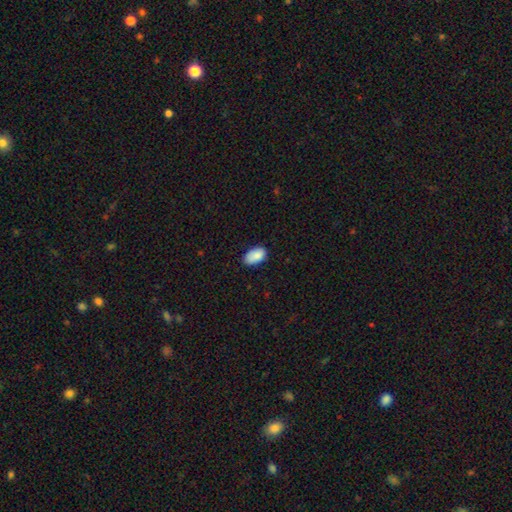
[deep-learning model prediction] Smooth or featured? Predicted: smooth (p=0.89). How rounded? Predicted: in between (p=0.94). Merging? Predicted: none (p=0.80).